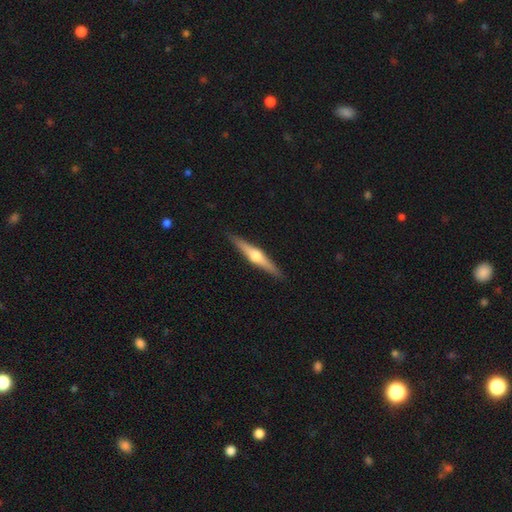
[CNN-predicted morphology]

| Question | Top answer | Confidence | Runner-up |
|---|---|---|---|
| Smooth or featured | featured or disk | 71% | smooth (24%) |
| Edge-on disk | yes | 98% | no (2%) |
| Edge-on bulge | rounded | 95% | boxy (3%) |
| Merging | none | 91% | minor disturbance (7%) |